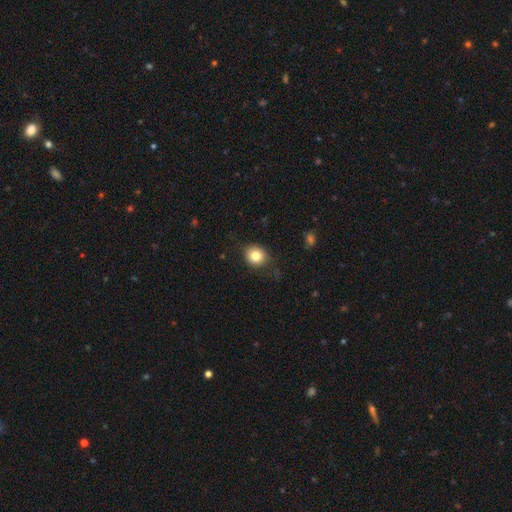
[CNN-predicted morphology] This is clearly a smooth galaxy (81%). How rounded: likely round (79%). Merging: likely none (77%).